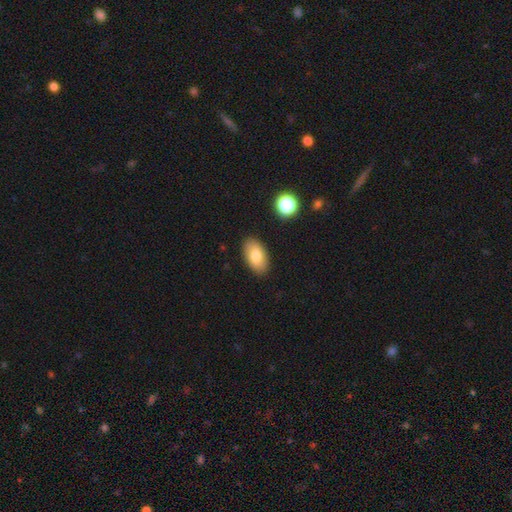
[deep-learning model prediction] smooth-or-featured: smooth: 78% | featured or disk: 14% | star or artifact: 7%
  how-rounded: in between: 94% | round: 4% | cigar-shaped: 2%
  merging: none: 88% | minor disturbance: 9% | major disturbance: 2% | merger: 2%